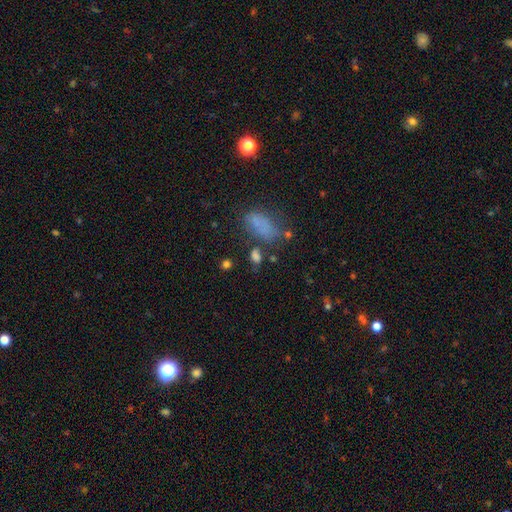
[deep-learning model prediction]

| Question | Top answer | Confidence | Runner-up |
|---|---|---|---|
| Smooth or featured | smooth | 66% | star or artifact (21%) |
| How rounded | in between | 72% | round (22%) |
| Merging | none | 56% | minor disturbance (18%) |